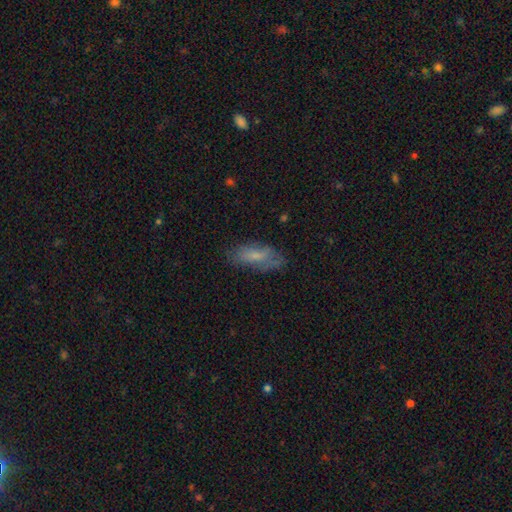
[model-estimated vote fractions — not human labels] smooth_or_featured: smooth (p=0.68) [alt: featured or disk p=0.24]
how_rounded: in between (p=0.72) [alt: cigar-shaped p=0.26]
merging: none (p=0.64) [alt: minor disturbance p=0.24]